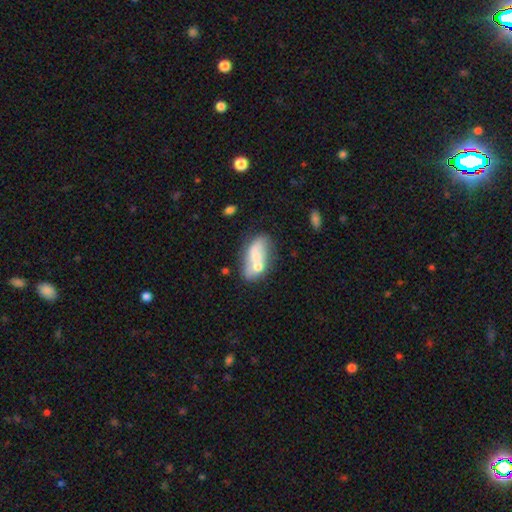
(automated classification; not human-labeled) smooth-or-featured: smooth: 54% | featured or disk: 39% | star or artifact: 8%
  how-rounded: in between: 87% | round: 7% | cigar-shaped: 6%
  merging: merger: 43% | none: 28% | minor disturbance: 17% | major disturbance: 11%